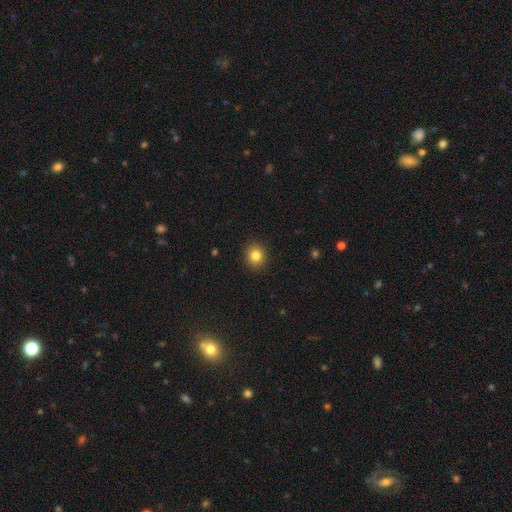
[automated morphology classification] Overall: smooth (82%). How rounded: round (80%). Merging: none (91%).